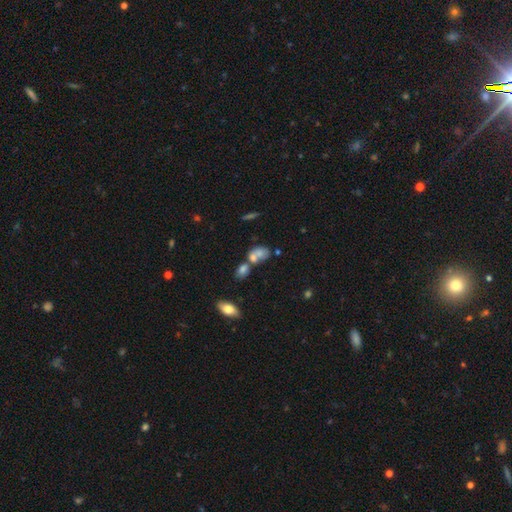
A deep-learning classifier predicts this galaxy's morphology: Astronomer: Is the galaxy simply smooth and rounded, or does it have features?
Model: smooth — 66%.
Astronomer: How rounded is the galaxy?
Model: in between — 77%.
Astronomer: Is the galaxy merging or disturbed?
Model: merger — 55%.